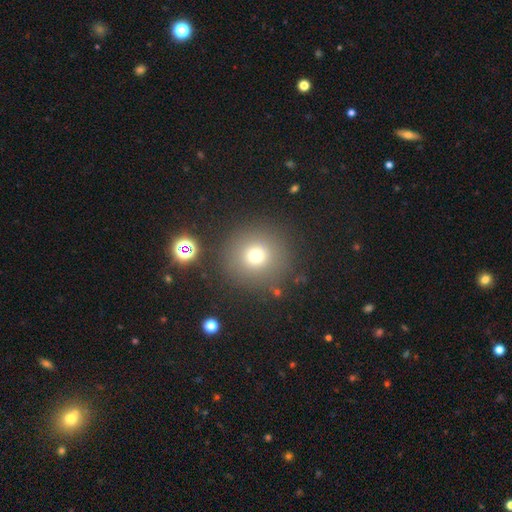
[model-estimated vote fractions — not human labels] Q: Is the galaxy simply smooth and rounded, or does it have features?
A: smooth — 71%.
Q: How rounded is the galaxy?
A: round — 94%.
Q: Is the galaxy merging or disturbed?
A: none — 85%.